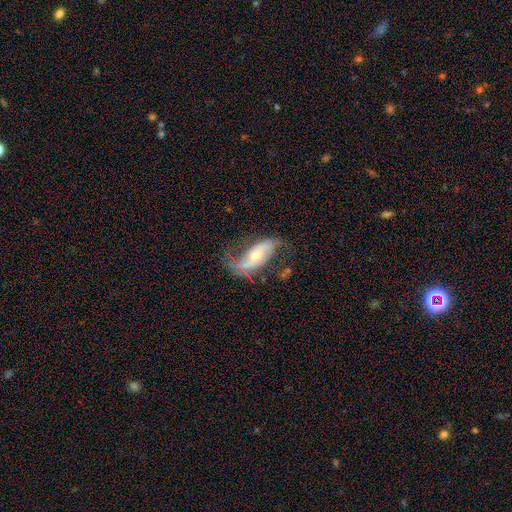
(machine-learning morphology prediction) Smooth or featured? featured or disk (72%)
Edge-on disk? no (89%)
Bar? no (48%)
Spiral arms? yes (84%)
Spiral winding? loose (68%)
Spiral arm count? 2 (83%)
Bulge size? moderate (53%)
Merging? none (56%)